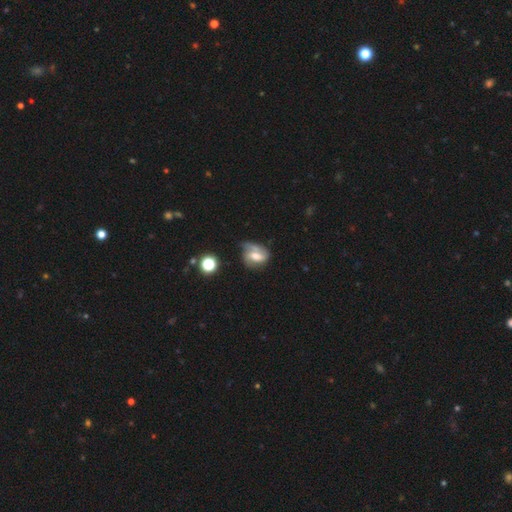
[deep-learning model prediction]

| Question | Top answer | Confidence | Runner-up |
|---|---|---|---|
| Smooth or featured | featured or disk | 59% | smooth (31%) |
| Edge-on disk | no | 96% | yes (4%) |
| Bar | weak | 46% | no (32%) |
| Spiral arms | yes | 80% | no (20%) |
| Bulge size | moderate | 56% | small (21%) |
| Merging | none | 40% | minor disturbance (31%) |